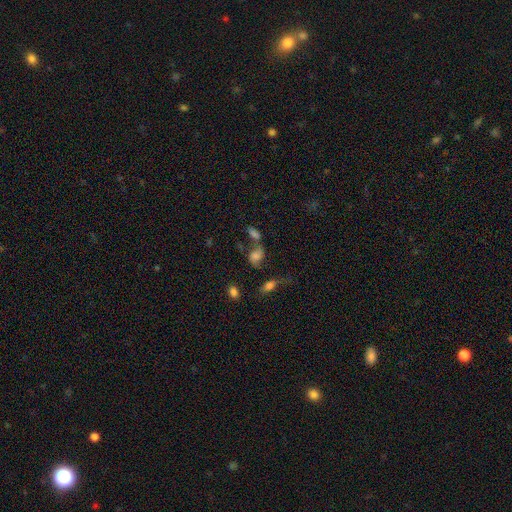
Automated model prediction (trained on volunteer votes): Morphology: type=smooth (47%); merging=merger (36%).